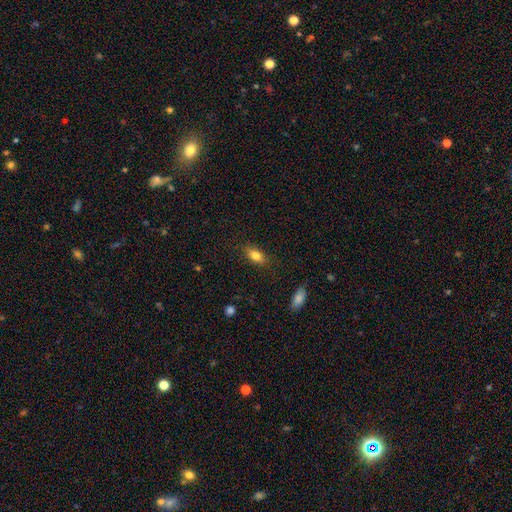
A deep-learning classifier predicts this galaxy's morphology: Smooth or featured?
  - smooth: 81% *
  - featured or disk: 11%
  - star or artifact: 9%
How rounded?
  - in between: 85% *
  - cigar-shaped: 8%
  - round: 8%
Merging?
  - none: 85% *
  - minor disturbance: 11%
  - major disturbance: 3%
  - merger: 1%